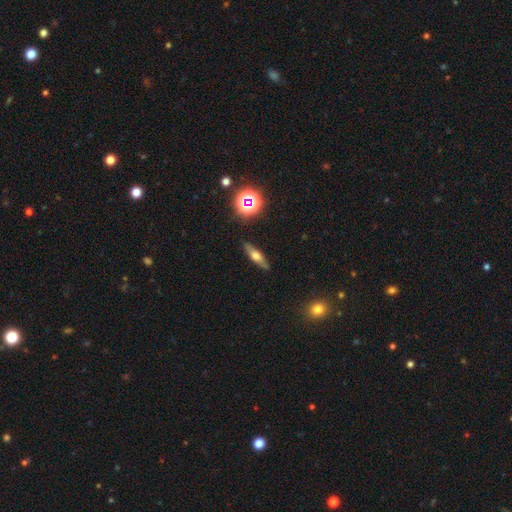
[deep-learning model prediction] Smooth or featured? Predicted: smooth (p=0.45). Merging? Predicted: none (p=0.86).